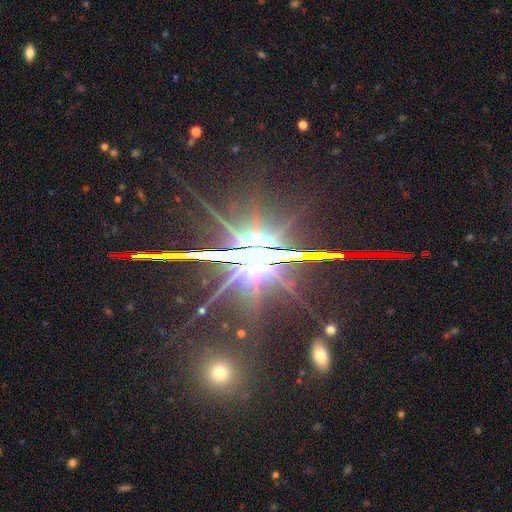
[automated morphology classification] star or artifact 64%, featured or disk 30%, smooth 6%.